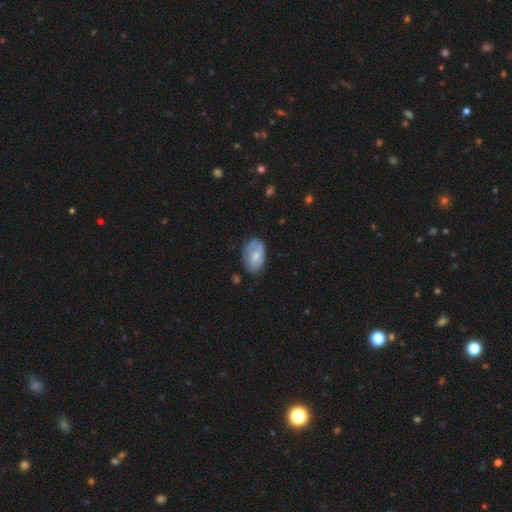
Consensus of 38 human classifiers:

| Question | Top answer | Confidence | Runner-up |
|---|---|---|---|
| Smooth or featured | smooth | 63% | featured or disk (34%) |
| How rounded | in between | 83% | round (12%) |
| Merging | none | 54% | minor disturbance (30%) |